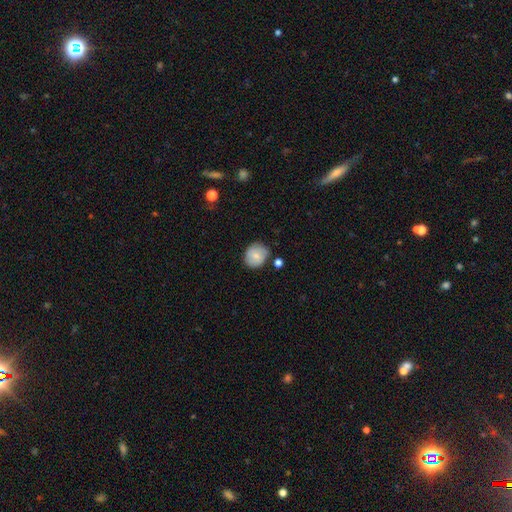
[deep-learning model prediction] Smooth or featured: smooth — 77% (featured or disk — 15%)
How rounded: round — 77% (in between — 22%)
Merging: none — 73% (minor disturbance — 18%)